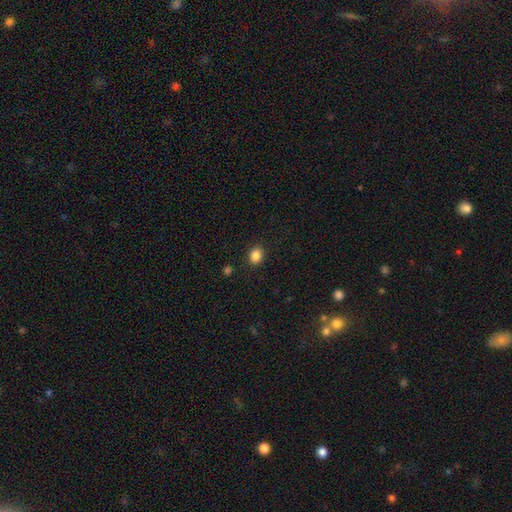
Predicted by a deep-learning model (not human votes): Smooth or featured?
  - smooth: 86% *
  - star or artifact: 10%
  - featured or disk: 4%
How rounded?
  - round: 50% *
  - in between: 49%
  - cigar-shaped: 1%
Merging?
  - none: 88% *
  - minor disturbance: 8%
  - major disturbance: 3%
  - merger: 2%